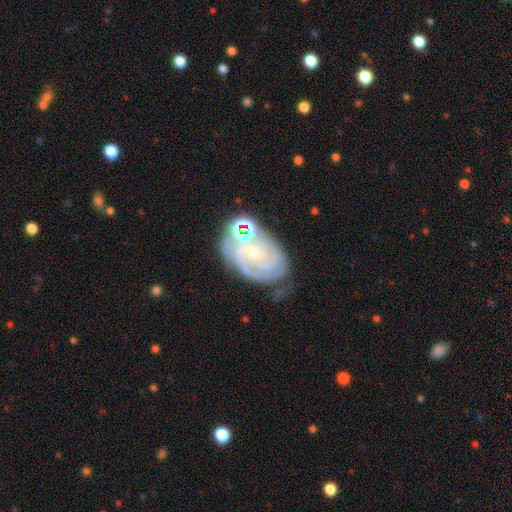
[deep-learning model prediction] This is likely a featured or disk galaxy (73%). It is clearly not viewed edge-on (96%). Bar: likely no (71%). Spiral arm pattern: clearly yes (83%). Spiral arm count: possibly can't tell (49%). Spiral winding: likely tight (70%). Central bulge: likely small (73%). Merging: possibly none (56%).